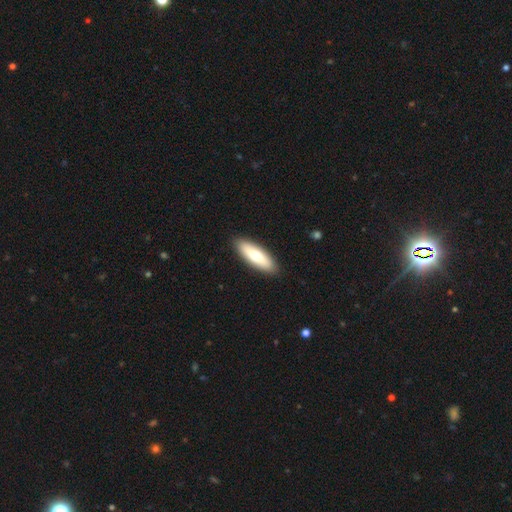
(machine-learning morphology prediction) This is likely a smooth galaxy (68%). How rounded: possibly in between (54%). Merging: clearly none (90%).